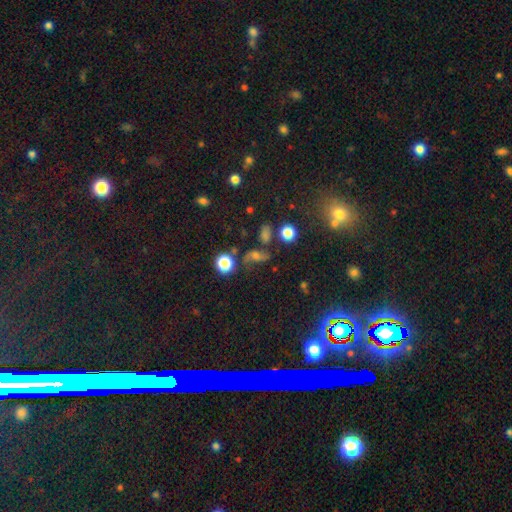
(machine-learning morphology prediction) This is marginally a featured or disk galaxy (40%). Merging: possibly none (57%).